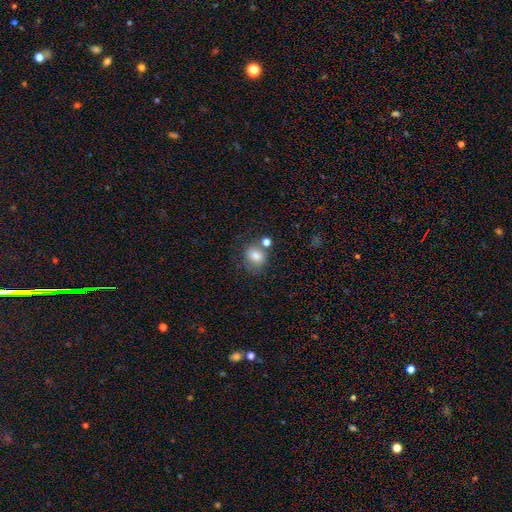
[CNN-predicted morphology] smooth 80%, star or artifact 10%, featured or disk 10%. Down the decision tree: how rounded — round (60%); merging — none (62%).